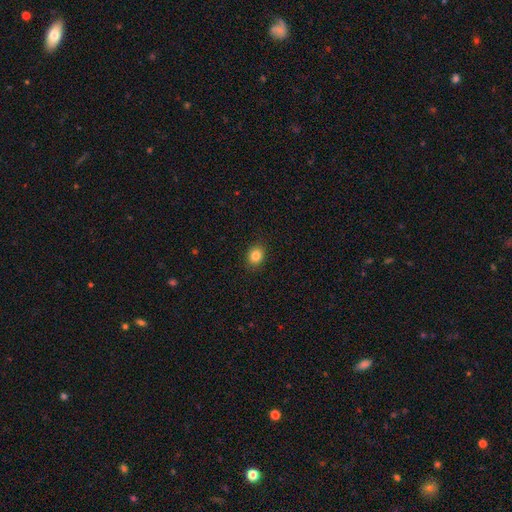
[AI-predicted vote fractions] This is clearly a smooth galaxy (84%). How rounded: possibly round (55%). Merging: clearly none (90%).